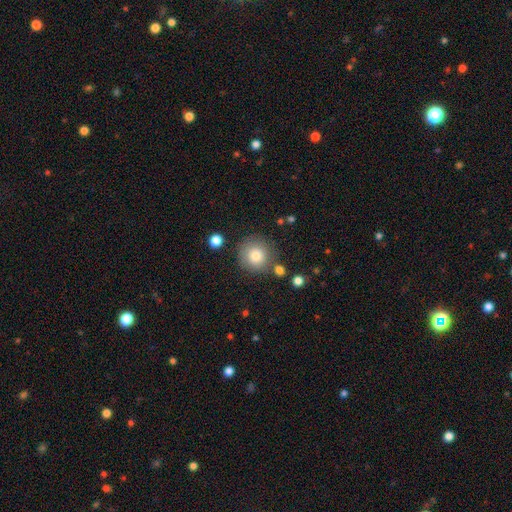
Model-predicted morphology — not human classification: Smooth or featured?
  - smooth: 80% *
  - featured or disk: 10%
  - star or artifact: 9%
How rounded?
  - round: 93% *
  - in between: 6%
  - cigar-shaped: 1%
Merging?
  - none: 77% *
  - minor disturbance: 12%
  - merger: 6%
  - major disturbance: 4%